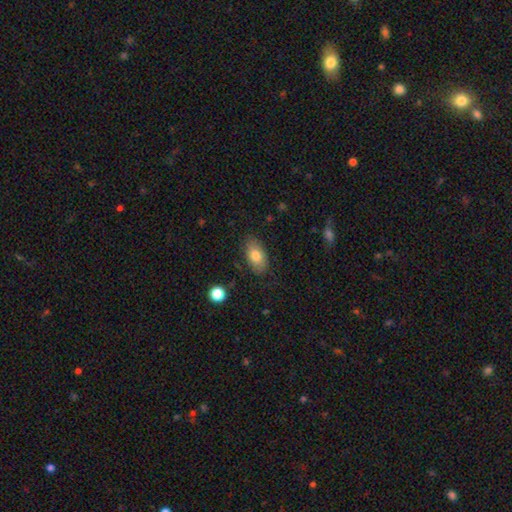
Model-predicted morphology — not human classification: A smooth galaxy with no disk features (78%) that is in between round and cigar-shaped (91%). Merging: none (80%).